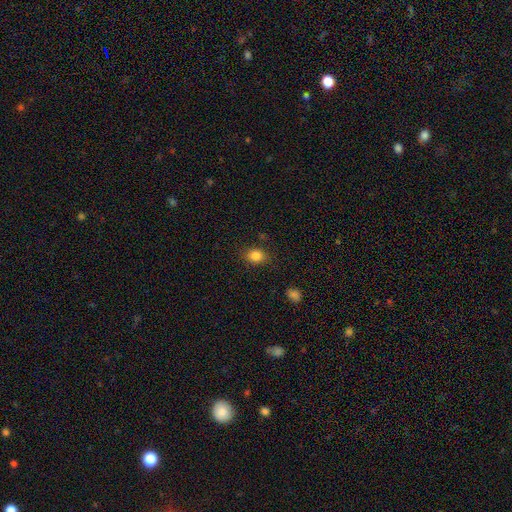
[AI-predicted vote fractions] Smooth or featured? Predicted: smooth (p=0.84). How rounded? Predicted: in between (p=0.54). Merging? Predicted: none (p=0.83).